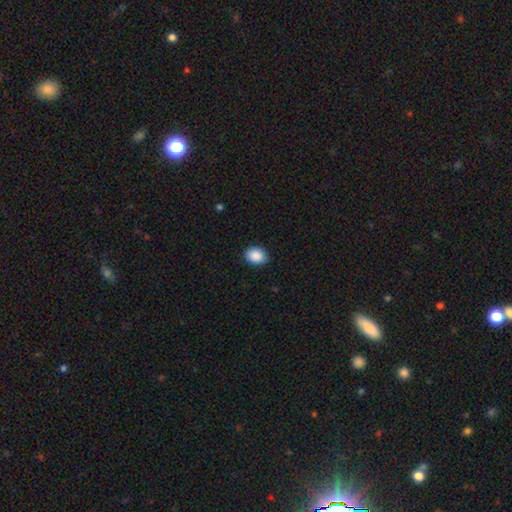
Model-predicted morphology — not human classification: This is clearly a smooth galaxy (90%). How rounded: likely in between (68%). Merging: clearly none (87%).